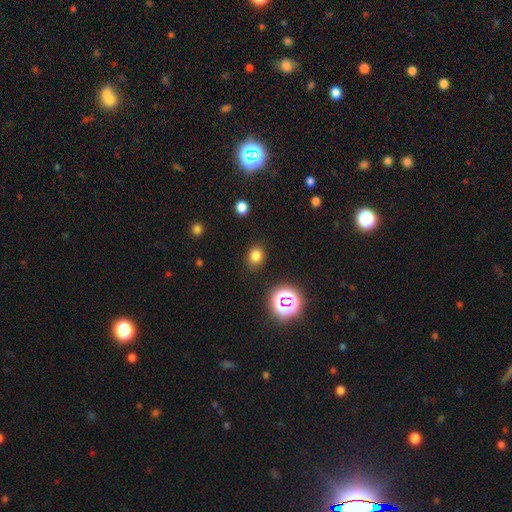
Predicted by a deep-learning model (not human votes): Smooth or featured: smooth — 77% (star or artifact — 18%)
How rounded: round — 63% (in between — 36%)
Merging: none — 84% (minor disturbance — 11%)